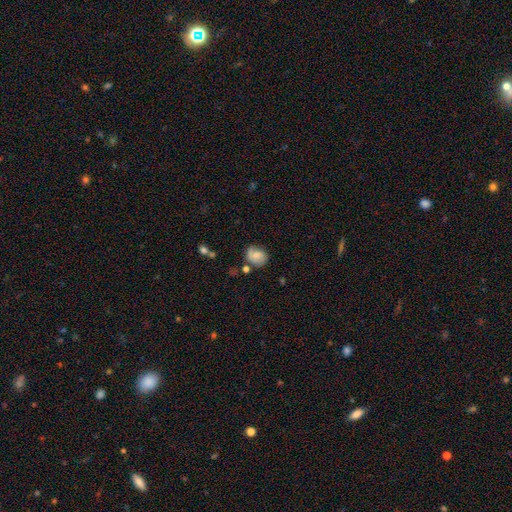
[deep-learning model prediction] Q: Smooth or featured?
A: smooth (60%); runner-up: featured or disk (31%)
Q: How rounded?
A: round (57%); runner-up: in between (42%)
Q: Merging?
A: none (58%); runner-up: minor disturbance (27%)